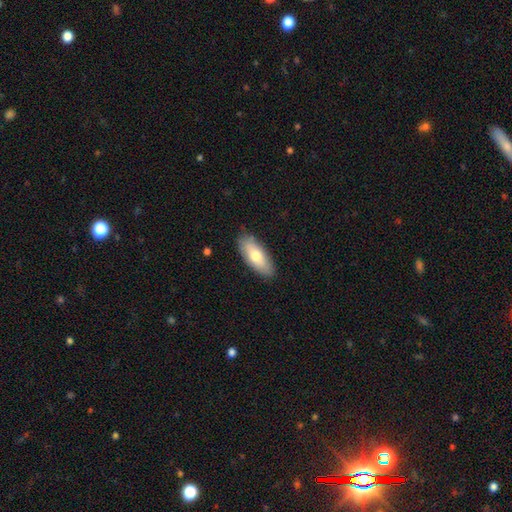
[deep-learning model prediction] Smooth or featured? smooth (70%)
How rounded? in between (81%)
Merging? none (85%)